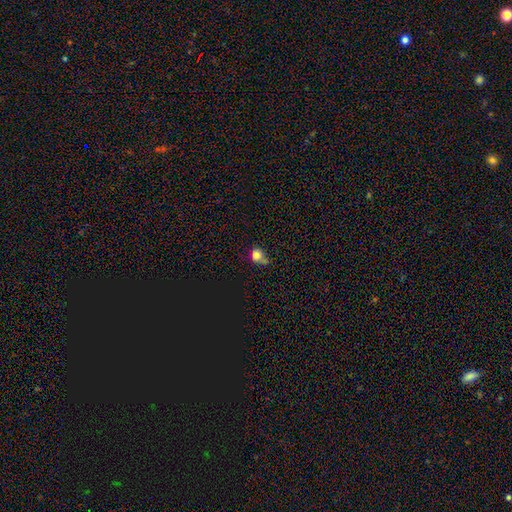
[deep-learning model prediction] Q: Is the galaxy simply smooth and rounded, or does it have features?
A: smooth — 79%.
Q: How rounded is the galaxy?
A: round — 79%.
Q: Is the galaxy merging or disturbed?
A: none — 46%.